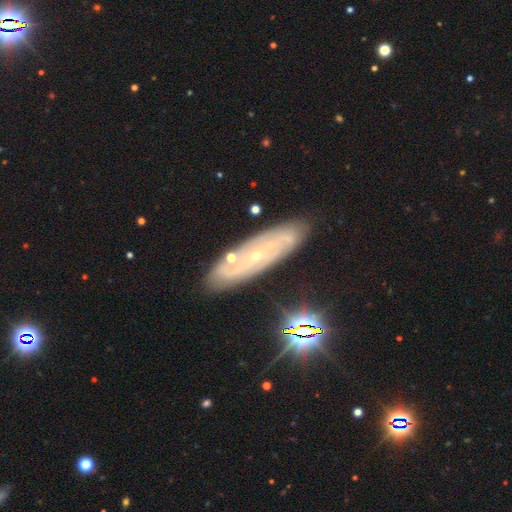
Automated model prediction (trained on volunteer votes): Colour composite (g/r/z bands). It shows a featured or disk galaxy (76%) with no bar (67%), tight (64%) spiral arms (88%) and a small central bulge (84%). Merging: none (82%).